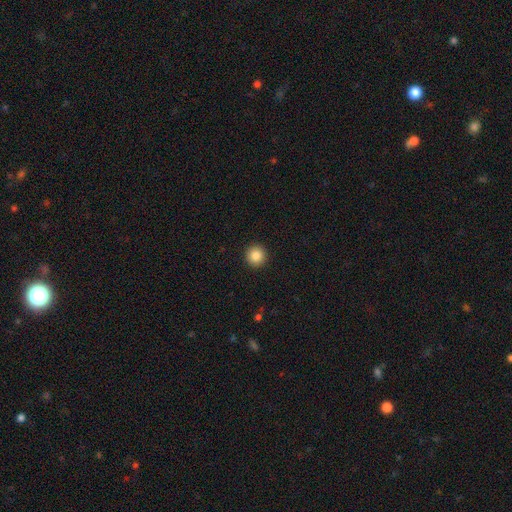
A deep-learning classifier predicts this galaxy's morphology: This appears to be a smooth galaxy with no disk features (85%) that is round (96%). Merging: none (94%).